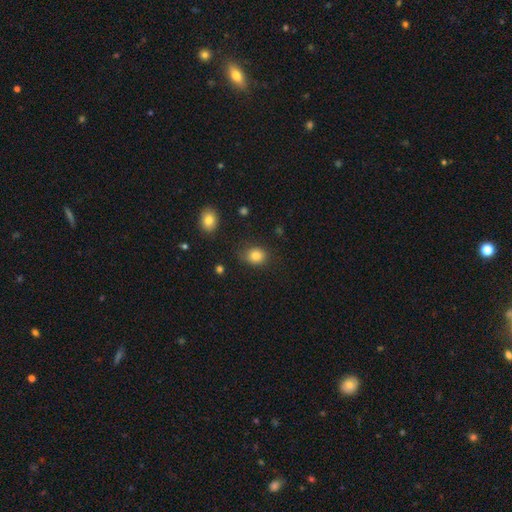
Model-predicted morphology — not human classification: This is clearly a smooth galaxy (82%). How rounded: possibly round (60%). Merging: likely none (76%).